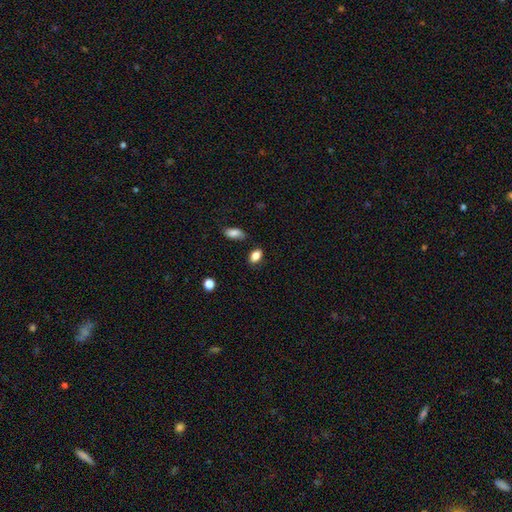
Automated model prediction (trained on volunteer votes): smooth_or_featured: smooth (p=0.85) [alt: star or artifact p=0.09]
how_rounded: in between (p=0.85) [alt: round p=0.13]
merging: none (p=0.78) [alt: minor disturbance p=0.14]